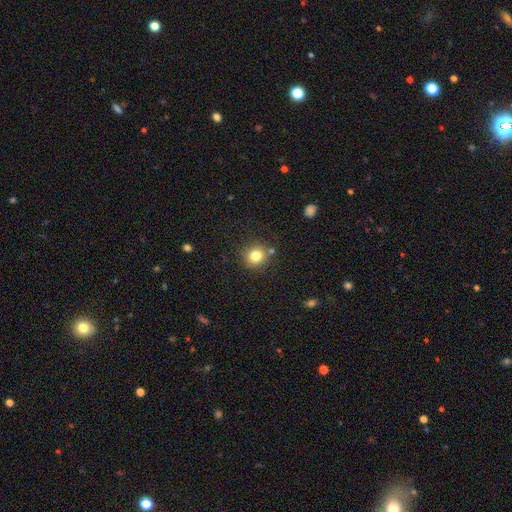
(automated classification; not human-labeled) Smooth or featured: smooth — 81% (star or artifact — 12%)
How rounded: round — 91% (in between — 8%)
Merging: none — 82% (minor disturbance — 9%)